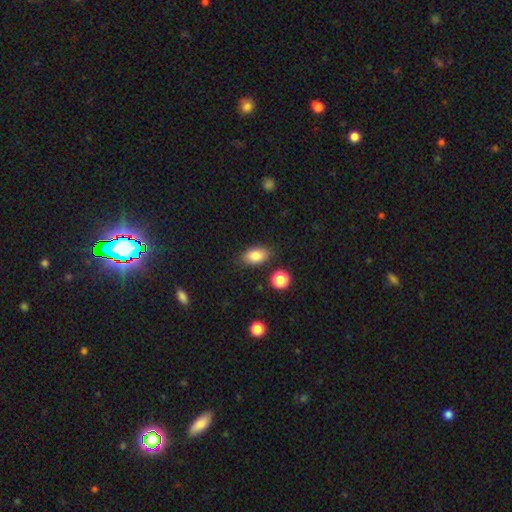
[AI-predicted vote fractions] A smooth galaxy with no disk features (84%) that is in between round and cigar-shaped (88%). Merging: none (83%).